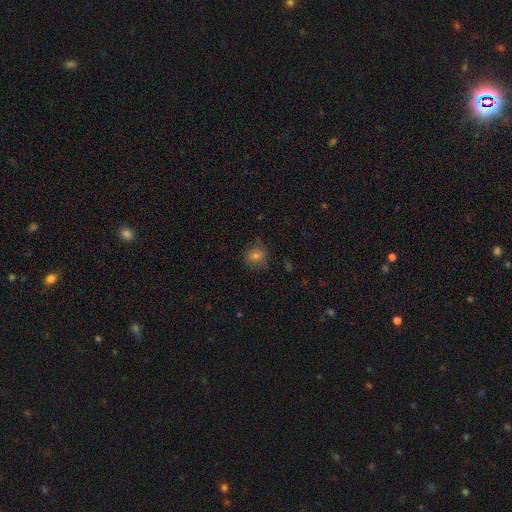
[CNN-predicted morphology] Smooth or featured? smooth (71%)
How rounded? round (79%)
Merging? none (78%)